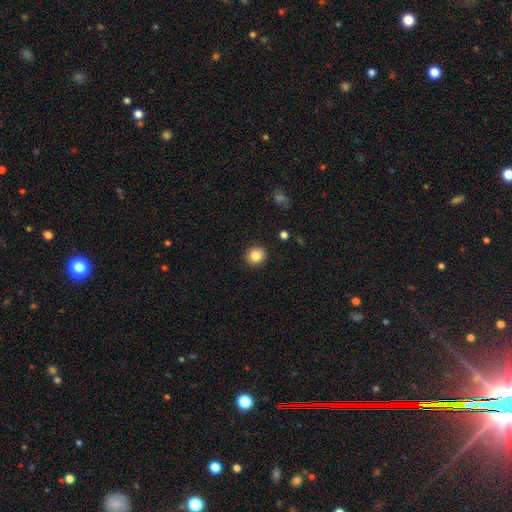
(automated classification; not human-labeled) This appears to be a smooth galaxy with no disk features (84%) that is round (85%). Merging: none (91%).